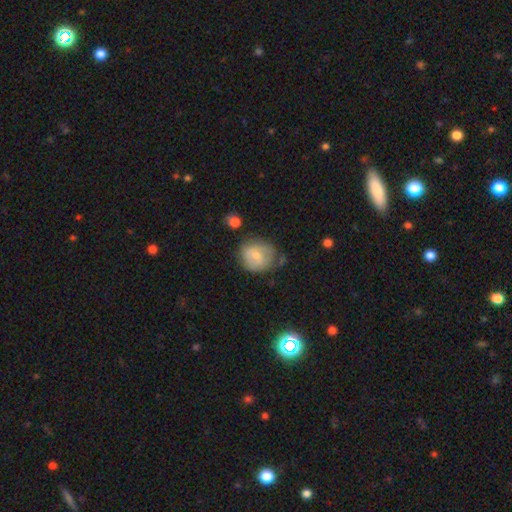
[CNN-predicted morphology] smooth 48%, featured or disk 45%, star or artifact 7%. Down the decision tree: merging — none (53%).